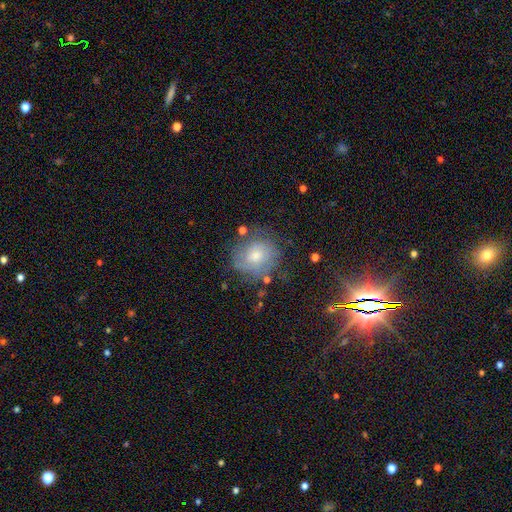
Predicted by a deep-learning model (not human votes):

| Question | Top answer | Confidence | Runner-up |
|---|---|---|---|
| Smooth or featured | featured or disk | 49% | smooth (32%) |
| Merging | none | 72% | minor disturbance (18%) |